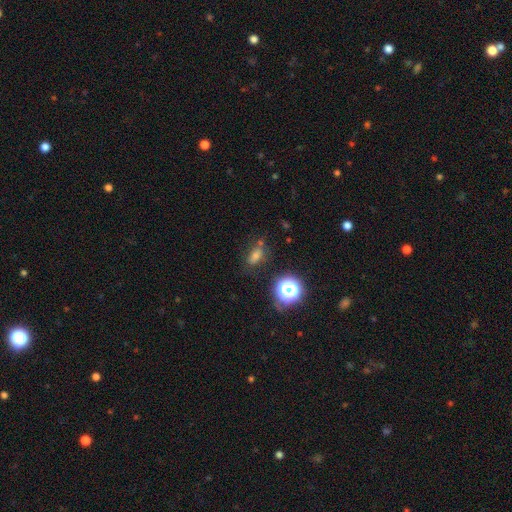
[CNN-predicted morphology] A smooth galaxy with no disk features (56%) that is in between round and cigar-shaped (68%). Merging: none (66%).